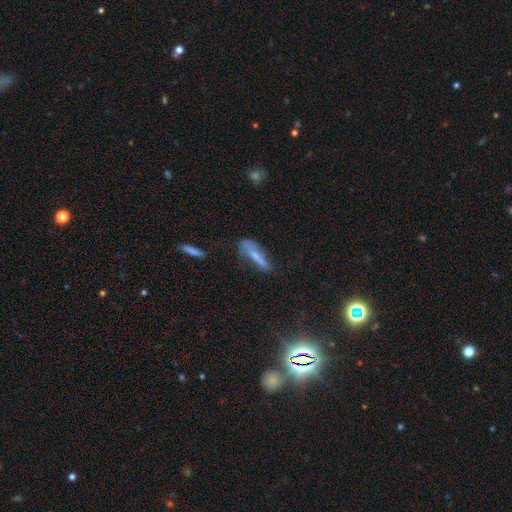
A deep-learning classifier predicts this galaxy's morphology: The model was most divided on "smooth or featured": smooth: 46%, featured or disk: 42%, star or artifact: 12%. Remaining: merging — none (49%).